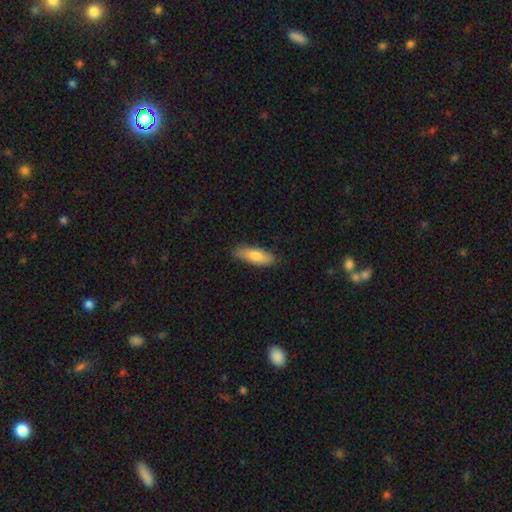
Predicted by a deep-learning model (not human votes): smooth 79%, featured or disk 16%, star or artifact 6%. Down the decision tree: how rounded — in between (62%); merging — none (83%).